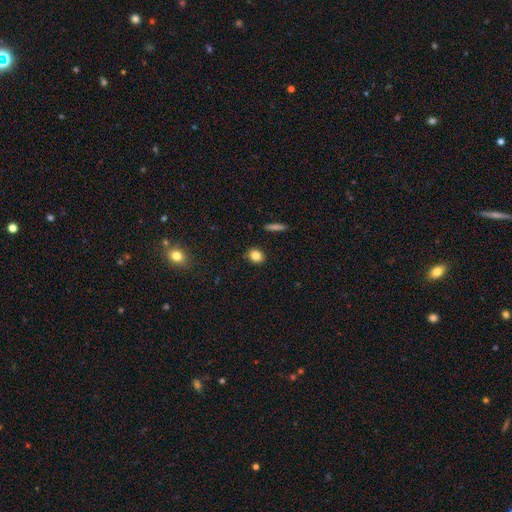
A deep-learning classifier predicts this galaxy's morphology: Overall: smooth (84%). How rounded: round (52%; in between 45%). Merging: none (88%).